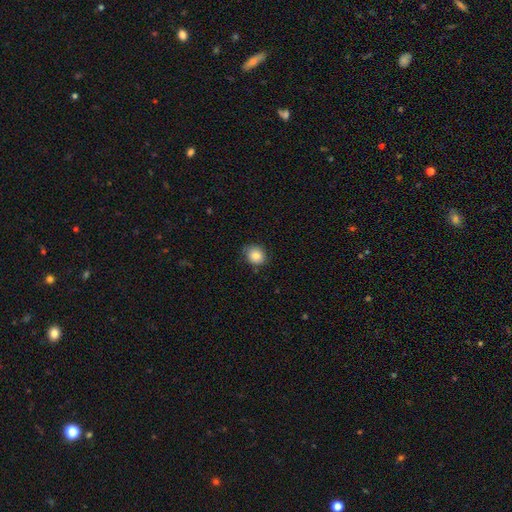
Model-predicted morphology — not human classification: Smooth or featured? smooth (85%)
How rounded? round (71%)
Merging? none (77%)